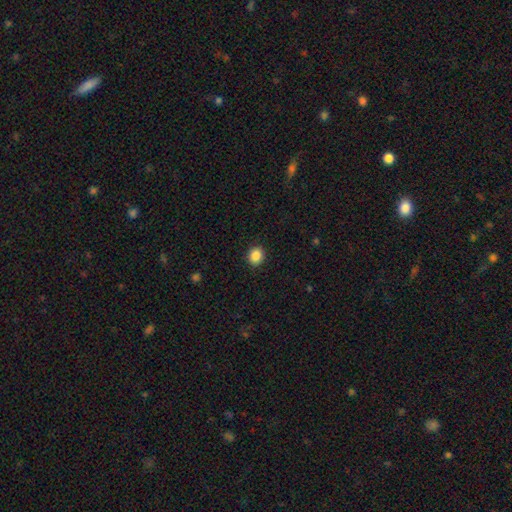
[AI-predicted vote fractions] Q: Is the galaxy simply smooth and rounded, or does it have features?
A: smooth — 87%.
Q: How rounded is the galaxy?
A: round — 74%.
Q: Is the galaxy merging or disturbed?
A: none — 91%.